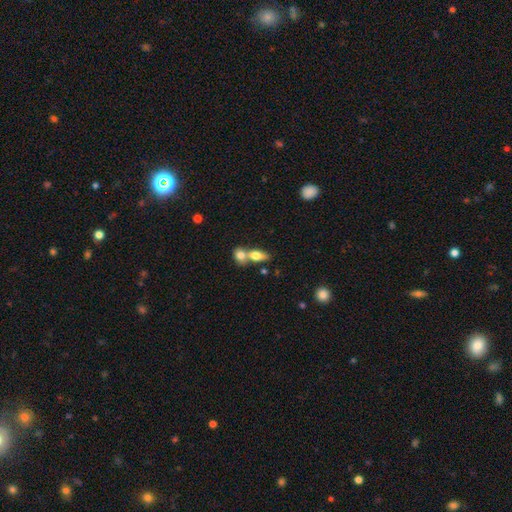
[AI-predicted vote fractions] This is likely a smooth galaxy (73%). How rounded: likely in between (71%). Merging: likely merger (61%).